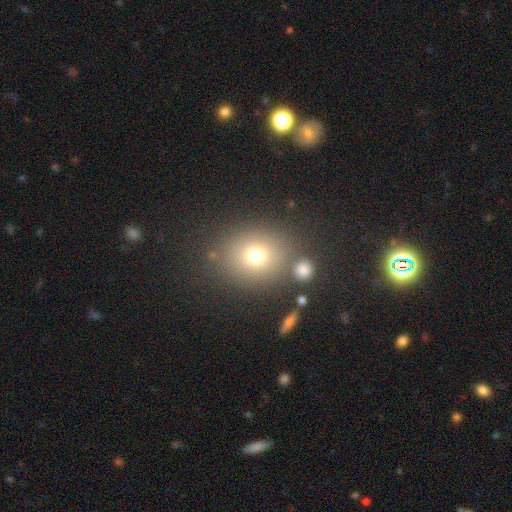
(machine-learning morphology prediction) Smooth or featured? smooth (71%)
How rounded? round (62%)
Merging? none (77%)